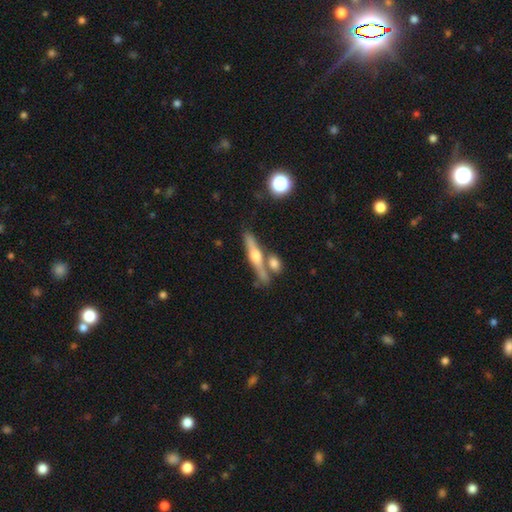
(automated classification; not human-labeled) This is likely a featured or disk galaxy (68%). It is clearly viewed edge-on (95%). Edge-on bulge: clearly rounded (93%). Merging: likely none (69%).